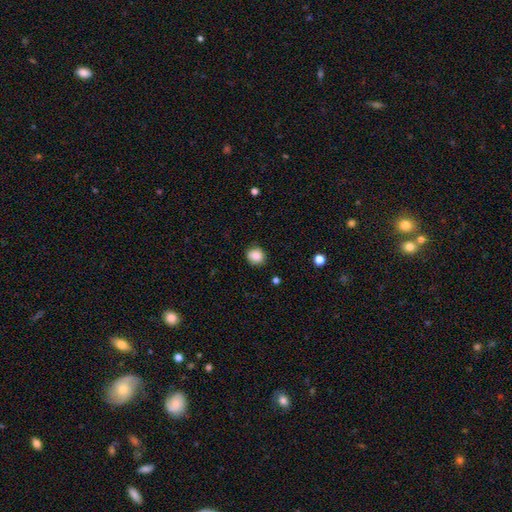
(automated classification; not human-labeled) Smooth or featured: smooth — 86% (star or artifact — 9%)
How rounded: round — 83% (in between — 16%)
Merging: none — 84% (minor disturbance — 12%)